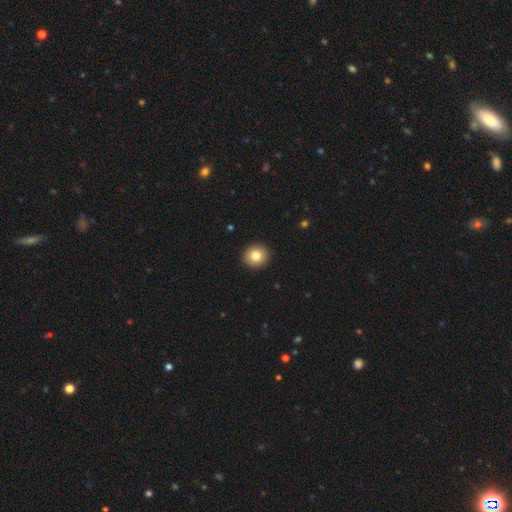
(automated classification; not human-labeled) Smooth or featured?
  - smooth: 81% *
  - star or artifact: 10%
  - featured or disk: 9%
How rounded?
  - round: 89% *
  - in between: 10%
  - cigar-shaped: 1%
Merging?
  - none: 93% *
  - minor disturbance: 5%
  - major disturbance: 1%
  - merger: 1%